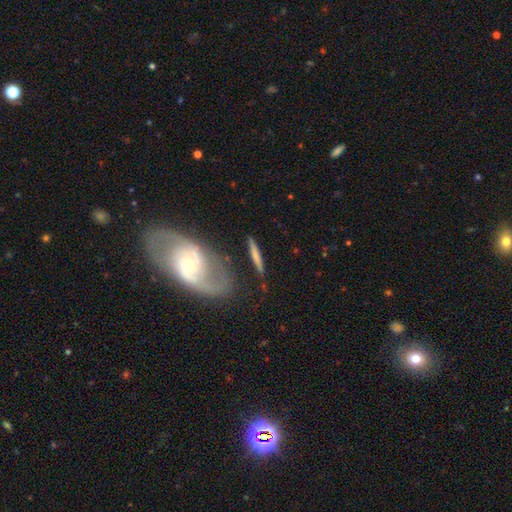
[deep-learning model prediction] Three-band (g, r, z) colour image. It shows a smooth galaxy with no disk features (55%) that is cigar-shaped (89%). Merging: none (75%).